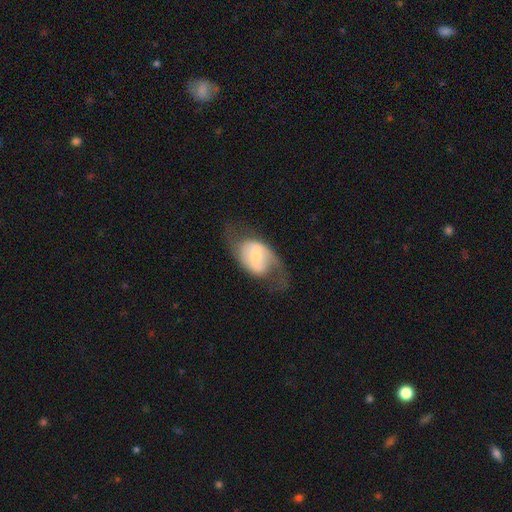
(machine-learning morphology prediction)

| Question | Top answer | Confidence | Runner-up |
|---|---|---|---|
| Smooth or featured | featured or disk | 65% | smooth (29%) |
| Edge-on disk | no | 95% | yes (5%) |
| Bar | weak | 42% | no (33%) |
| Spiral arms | yes | 80% | no (20%) |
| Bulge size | small | 39% | moderate (34%) |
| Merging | none | 52% | major disturbance (25%) |